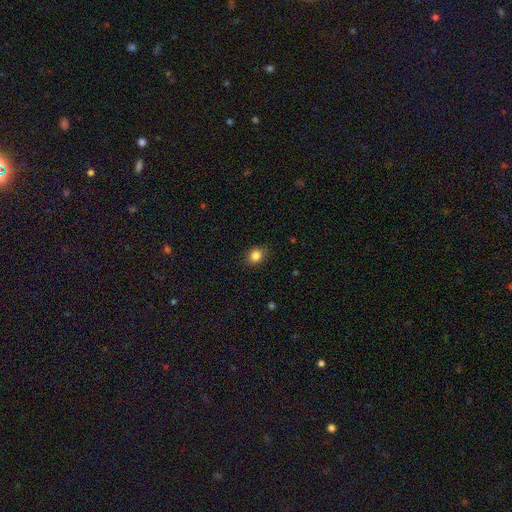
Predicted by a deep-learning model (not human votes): Smooth or featured? smooth (86%)
How rounded? round (60%)
Merging? none (84%)